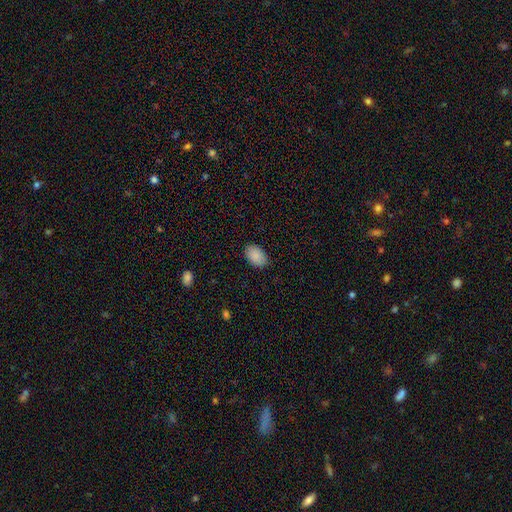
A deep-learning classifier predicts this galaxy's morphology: Smooth or featured? smooth (89%)
How rounded? in between (88%)
Merging? none (86%)